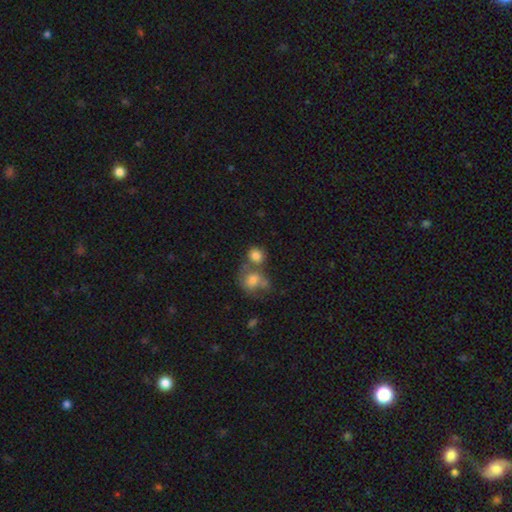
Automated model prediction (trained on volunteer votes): The model was most divided on "merging": merger: 48%, none: 38%, minor disturbance: 10%, major disturbance: 5%. More confident: smooth or featured — smooth (82%); how rounded — round (75%).